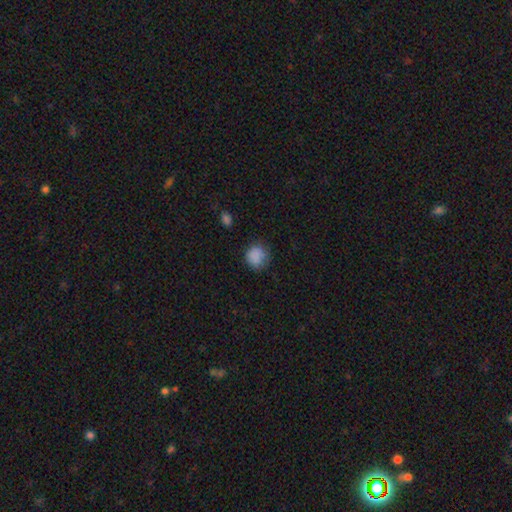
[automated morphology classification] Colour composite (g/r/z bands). It shows a smooth galaxy with no disk features (85%) that is round (84%). Merging: none (73%).